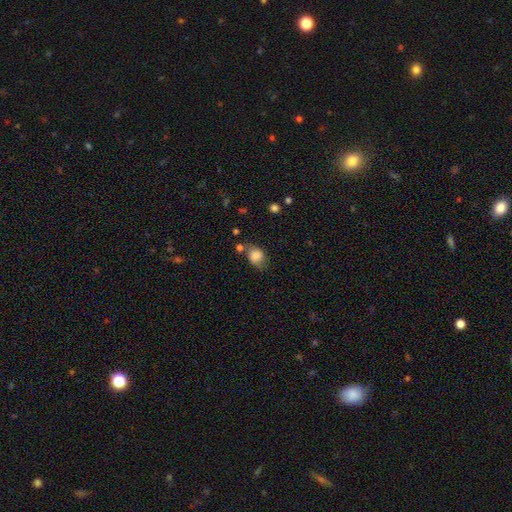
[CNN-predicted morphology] Smooth or featured?
  - smooth: 77% *
  - featured or disk: 13%
  - star or artifact: 9%
How rounded?
  - in between: 67% *
  - round: 32%
  - cigar-shaped: 1%
Merging?
  - none: 58% *
  - minor disturbance: 26%
  - major disturbance: 9%
  - merger: 8%